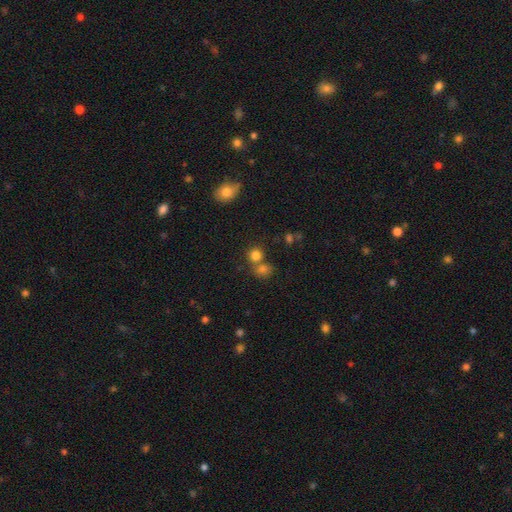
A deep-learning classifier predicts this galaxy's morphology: Smooth or featured? smooth (78%)
How rounded? round (85%)
Merging? none (57%)